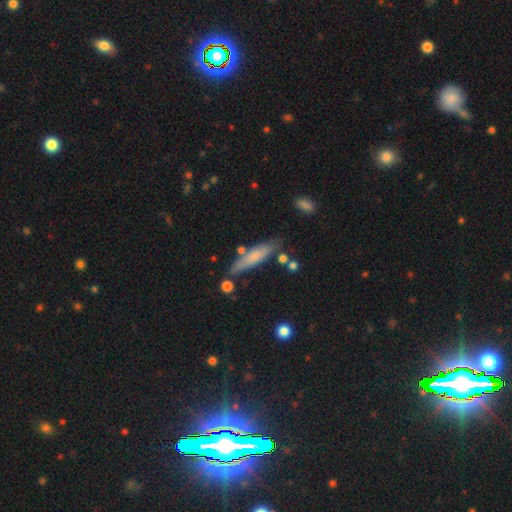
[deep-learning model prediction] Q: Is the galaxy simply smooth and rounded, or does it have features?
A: smooth — 68%.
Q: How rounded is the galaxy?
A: cigar-shaped — 77%.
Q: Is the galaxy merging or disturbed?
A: none — 71%.